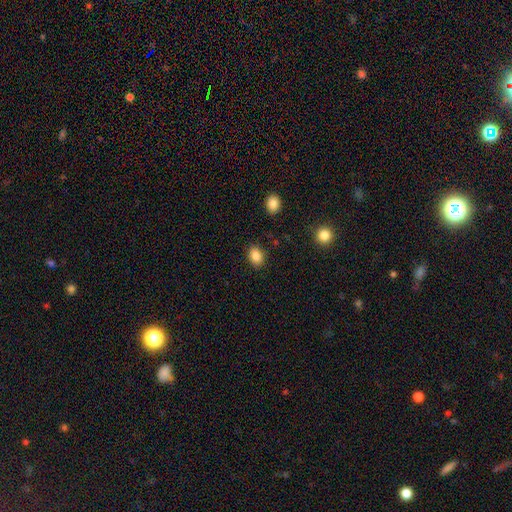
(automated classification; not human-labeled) Morphology: type=smooth (86%); roundness=in between (71%); merging=none (86%).